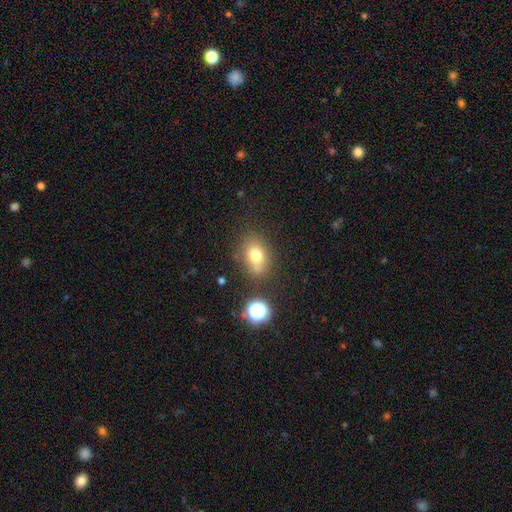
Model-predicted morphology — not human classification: Smooth or featured: smooth — 75% (star or artifact — 14%)
How rounded: in between — 62% (round — 36%)
Merging: none — 69% (minor disturbance — 17%)